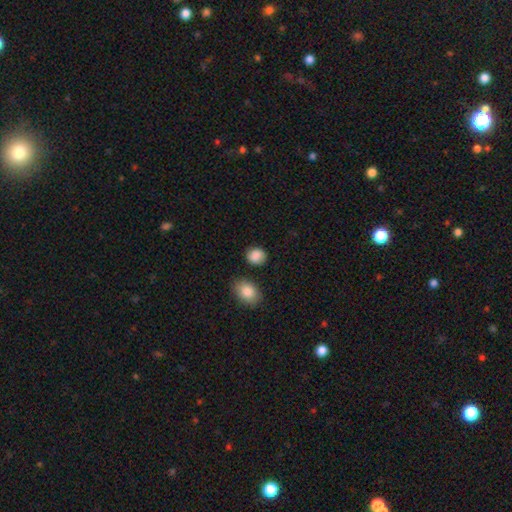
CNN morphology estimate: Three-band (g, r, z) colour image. It shows a smooth galaxy with no disk features (87%) that is round (68%). Merging: none (80%).